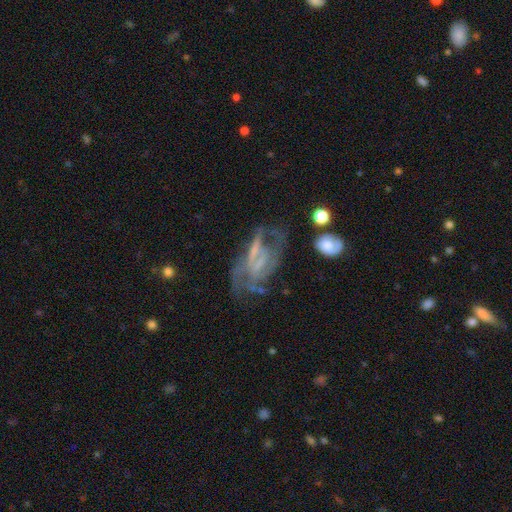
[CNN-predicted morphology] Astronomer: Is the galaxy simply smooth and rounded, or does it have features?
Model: featured or disk — 73%.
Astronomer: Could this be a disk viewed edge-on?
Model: no — 94%.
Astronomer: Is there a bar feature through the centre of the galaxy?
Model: no — 40% (runner-up: weak, 37%).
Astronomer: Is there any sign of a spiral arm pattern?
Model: yes — 73%.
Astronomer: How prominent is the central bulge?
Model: none — 50% (runner-up: small, 31%).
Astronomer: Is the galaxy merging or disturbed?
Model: none — 44% (runner-up: major disturbance, 30%).